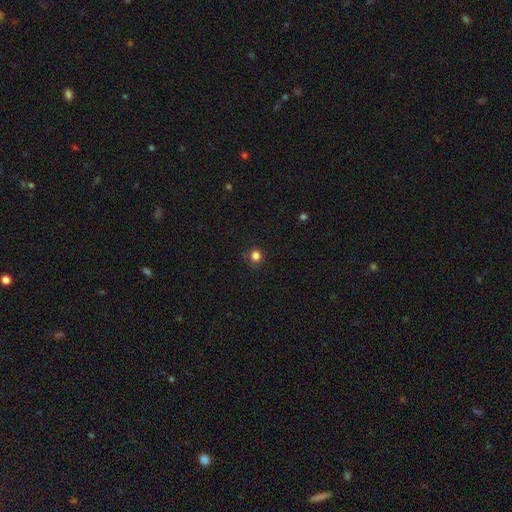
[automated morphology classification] smooth-or-featured: smooth: 81% | star or artifact: 14% | featured or disk: 4%
  how-rounded: round: 90% | in between: 9% | cigar-shaped: 1%
  merging: none: 83% | minor disturbance: 12% | major disturbance: 4% | merger: 1%